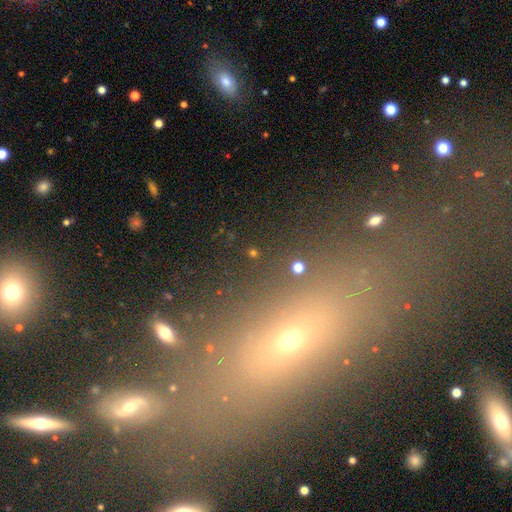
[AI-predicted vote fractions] smooth-or-featured: smooth: 41% | star or artifact: 39% | featured or disk: 20%
  merging: none: 72% | minor disturbance: 11% | merger: 9% | major disturbance: 8%